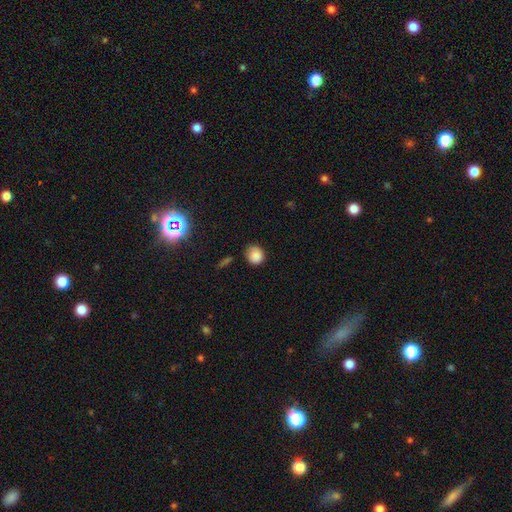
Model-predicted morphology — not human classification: A smooth galaxy with no disk features (84%) that is round (83%). Merging: none (76%).